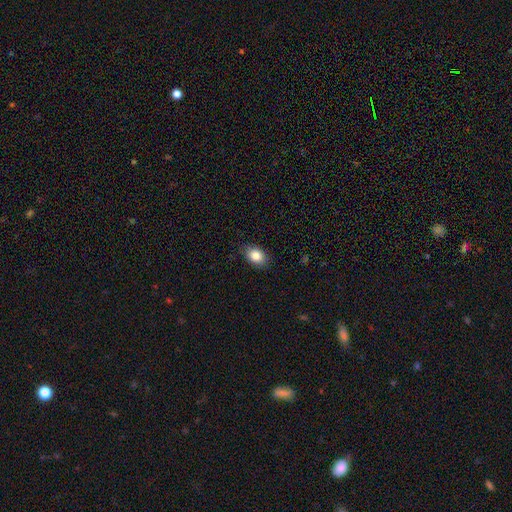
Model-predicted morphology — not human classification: Q: Smooth or featured?
A: smooth (86%); runner-up: star or artifact (8%)
Q: How rounded?
A: in between (82%); runner-up: round (17%)
Q: Merging?
A: none (85%); runner-up: minor disturbance (11%)